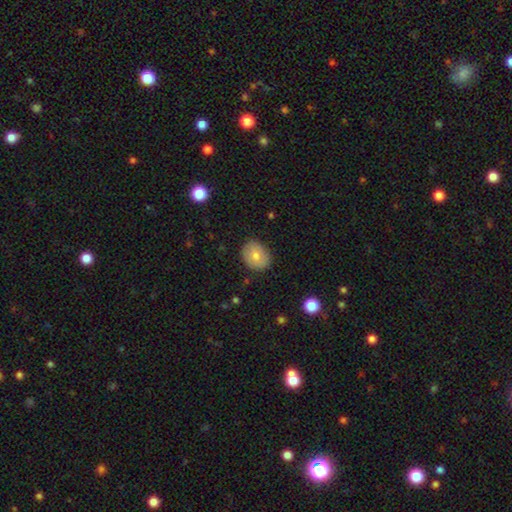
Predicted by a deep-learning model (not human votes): A smooth galaxy with no disk features (70%) that is round (50%).

Vote fractions:
- Smooth or featured? smooth: 70% / featured or disk: 21% / star or artifact: 9%
- How rounded? round: 50% / in between: 49% / cigar-shaped: 1%
- Merging? none: 85% / minor disturbance: 12% / major disturbance: 3% / merger: 1%